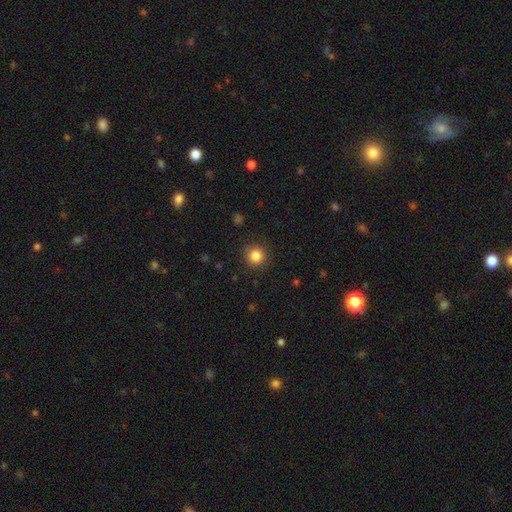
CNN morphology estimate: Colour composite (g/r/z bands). It shows a smooth galaxy with no disk features (84%) that is round (94%). Merging: none (89%).